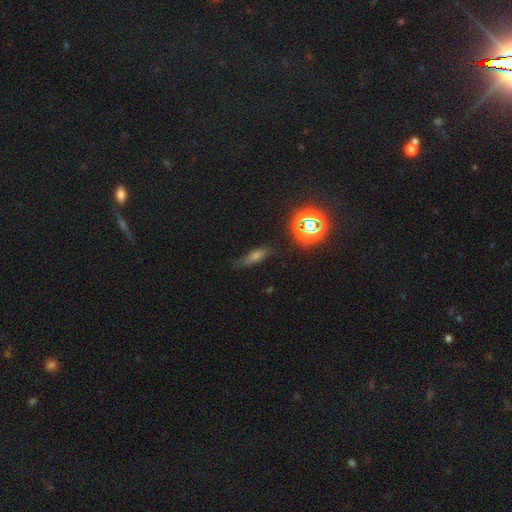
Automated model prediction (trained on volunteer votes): Smooth or featured: smooth — 54% (star or artifact — 26%)
How rounded: cigar-shaped — 52% (in between — 41%)
Merging: none — 66% (minor disturbance — 25%)